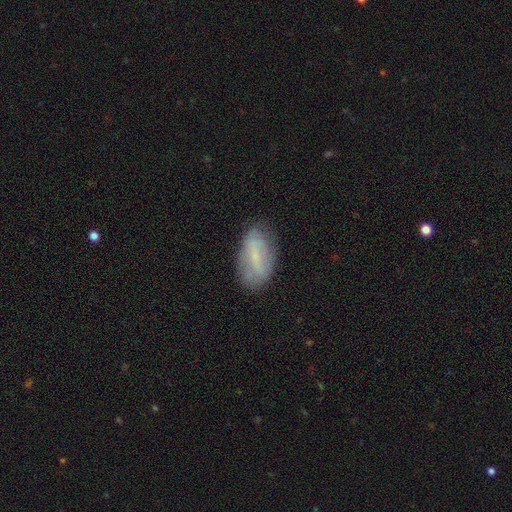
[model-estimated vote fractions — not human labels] A smooth galaxy with no disk features (54%) that is in between round and cigar-shaped (90%). Merging: none (75%).